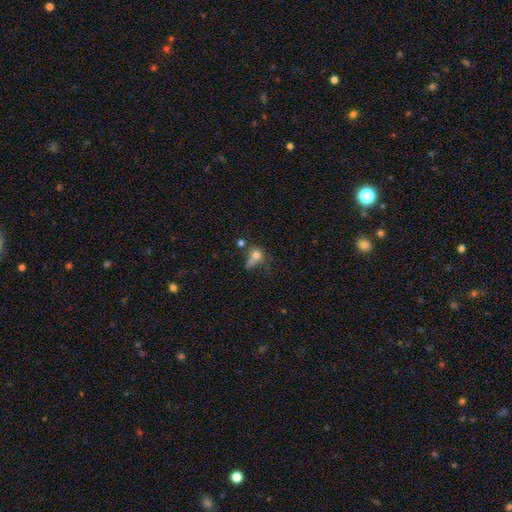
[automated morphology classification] type=smooth (71%); roundness=round (71%); merging=none (35%).